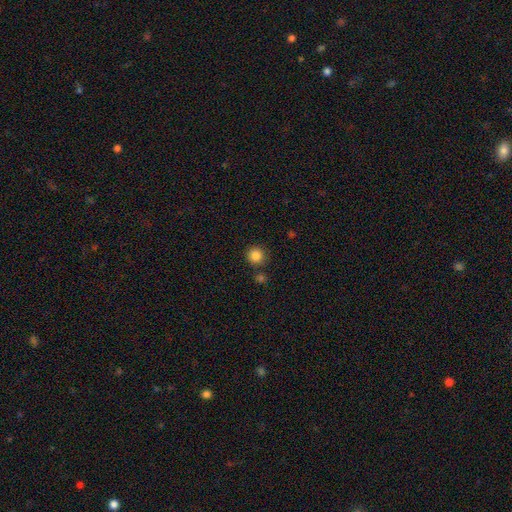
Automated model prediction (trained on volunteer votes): The model was most divided on "smooth or featured": smooth: 85%, star or artifact: 11%, featured or disk: 4%. More confident: how rounded — round (94%); merging — none (84%).